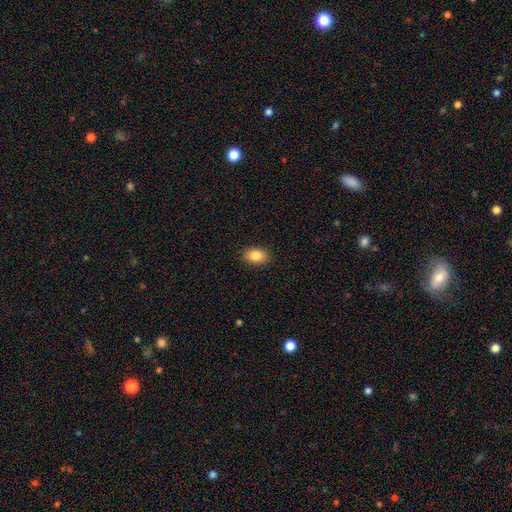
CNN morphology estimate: The model was most divided on "how rounded": in between: 82%, round: 17%, cigar-shaped: 1%. More confident: merging — none (90%); smooth or featured — smooth (86%).